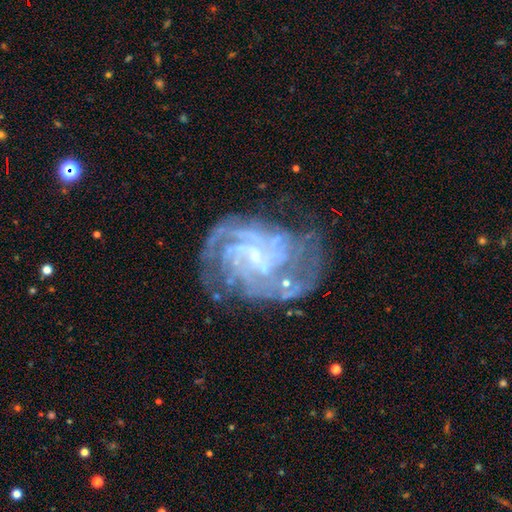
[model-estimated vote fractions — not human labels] A featured or disk galaxy (87%) with no bar (56%), tight (59%) spiral arms (95%) and a small central bulge (77%).

Vote fractions:
- Smooth or featured? featured or disk: 87% / star or artifact: 7% / smooth: 5%
- Edge-on disk? no: 98% / yes: 2%
- Bar? no: 56% / weak: 36% / strong: 8%
- Spiral arms? yes: 95% / no: 5%
- Spiral winding? tight: 59% / medium: 33% / loose: 8%
- Spiral arm count? can't tell: 28% / 4: 22% / 3: 18% / 2: 14% / more than 4: 11% / 1: 7%
- Bulge size? small: 77% / moderate: 12% / none: 9% / large: 1% / dominant: 1%
- Merging? none: 58% / minor disturbance: 22% / major disturbance: 16% / merger: 4%